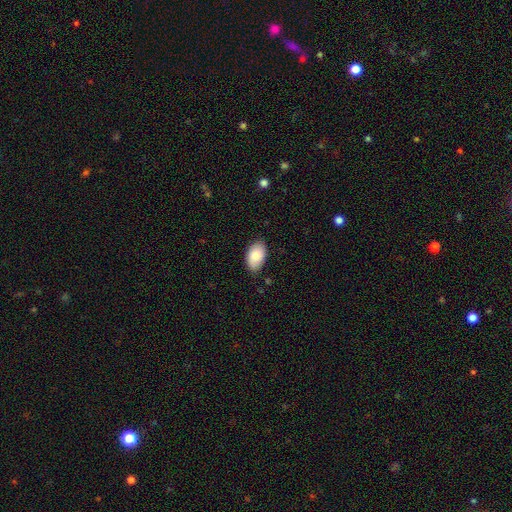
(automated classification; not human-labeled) Smooth or featured?
  - smooth: 85% *
  - featured or disk: 9%
  - star or artifact: 6%
How rounded?
  - in between: 93% *
  - round: 6%
  - cigar-shaped: 1%
Merging?
  - none: 79% *
  - minor disturbance: 17%
  - major disturbance: 3%
  - merger: 1%